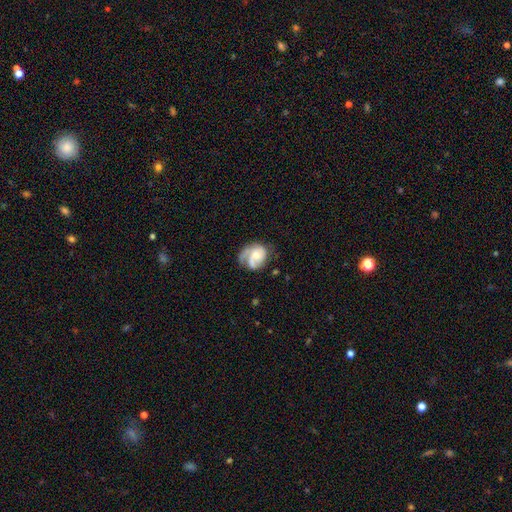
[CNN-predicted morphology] featured or disk 66%, smooth 27%, star or artifact 7%. Down the decision tree: edge-on disk — no (98%); bar — no (68%); spiral arms — yes (84%); spiral arm count — 1 (43%); spiral winding — medium (40%); bulge size — moderate (43%); merging — none (42%).